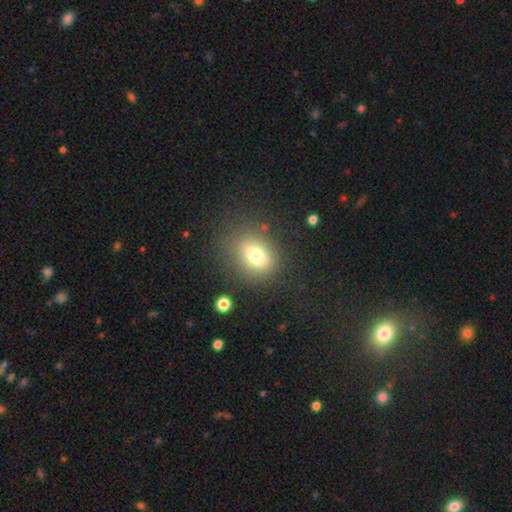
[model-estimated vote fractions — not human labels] A smooth galaxy with no disk features (75%) that is in between round and cigar-shaped (56%). Merging: none (75%).